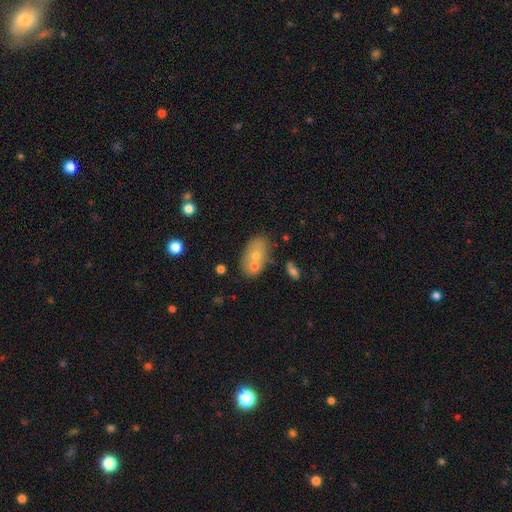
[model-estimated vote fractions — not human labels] Morphology: type=smooth (62%); roundness=in between (82%); merging=merger (43%).